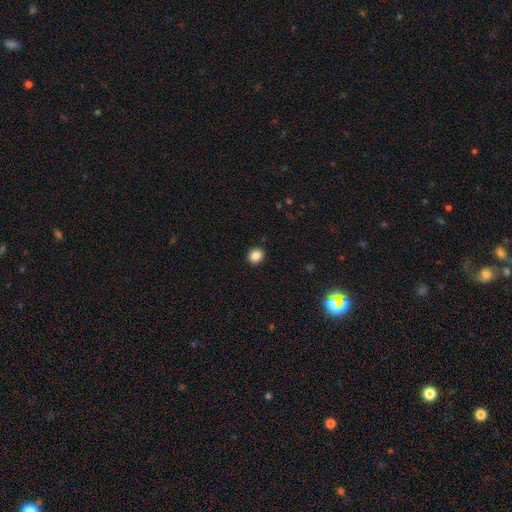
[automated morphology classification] smooth 87%, star or artifact 10%, featured or disk 3%. Down the decision tree: how rounded — round (77%); merging — none (92%).